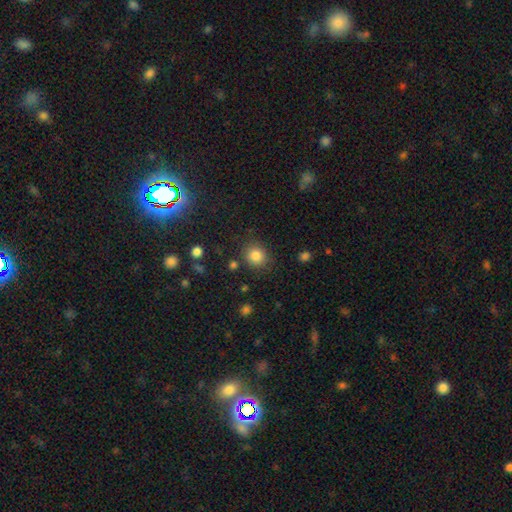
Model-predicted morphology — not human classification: smooth-or-featured: smooth: 84% | star or artifact: 11% | featured or disk: 5%
  how-rounded: round: 84% | in between: 15% | cigar-shaped: 1%
  merging: none: 83% | minor disturbance: 10% | major disturbance: 4% | merger: 3%